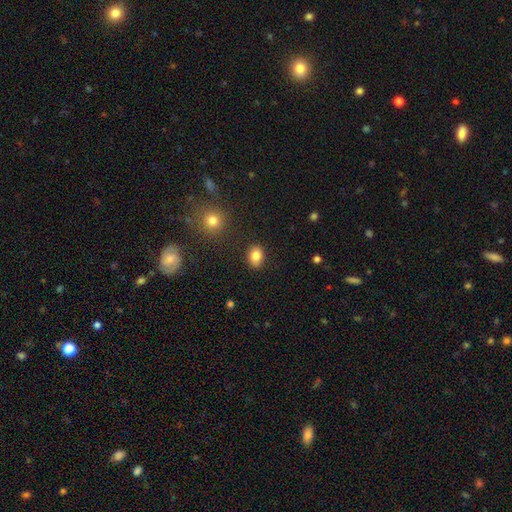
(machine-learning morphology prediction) smooth-or-featured: smooth: 84% | star or artifact: 10% | featured or disk: 6%
  how-rounded: in between: 66% | round: 33% | cigar-shaped: 1%
  merging: none: 86% | minor disturbance: 9% | major disturbance: 2% | merger: 2%